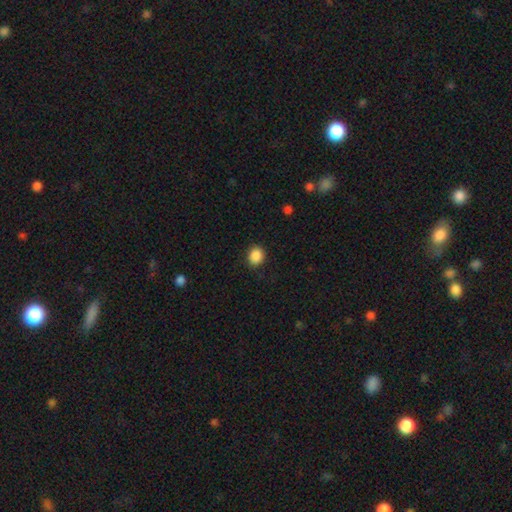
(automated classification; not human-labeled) Morphology: type=smooth (88%); roundness=round (72%); merging=none (88%).